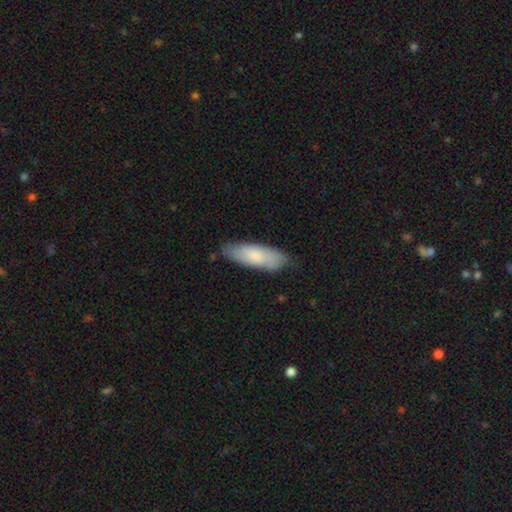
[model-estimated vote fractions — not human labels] Smooth or featured? Predicted: smooth (p=0.73). How rounded? Predicted: in between (p=0.59). Merging? Predicted: none (p=0.73).